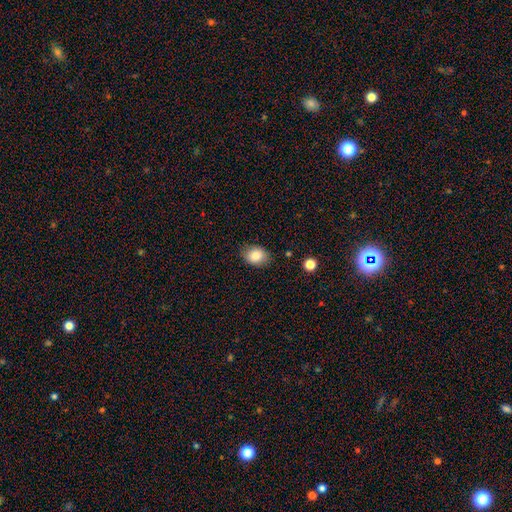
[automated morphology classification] type=smooth (84%); roundness=in between (61%); merging=none (81%).